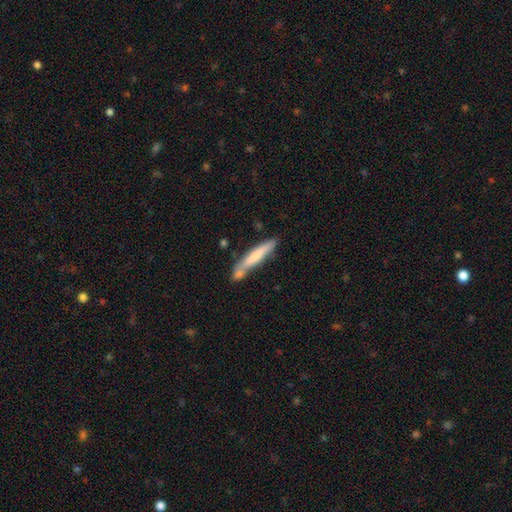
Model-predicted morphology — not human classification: type=smooth (66%); roundness=cigar-shaped (92%); merging=none (56%).